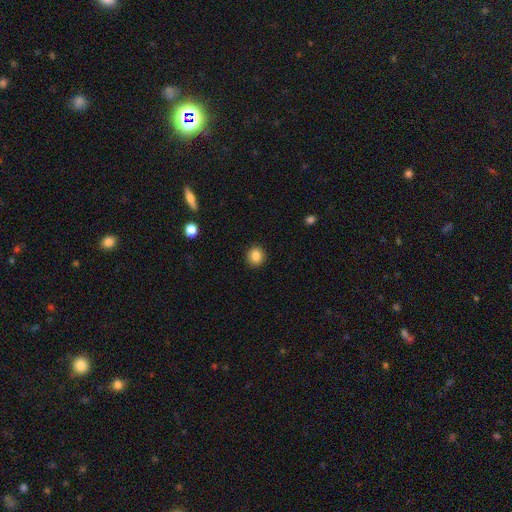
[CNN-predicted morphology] smooth 86%, star or artifact 10%, featured or disk 4%. Down the decision tree: how rounded — round (86%); merging — none (91%).